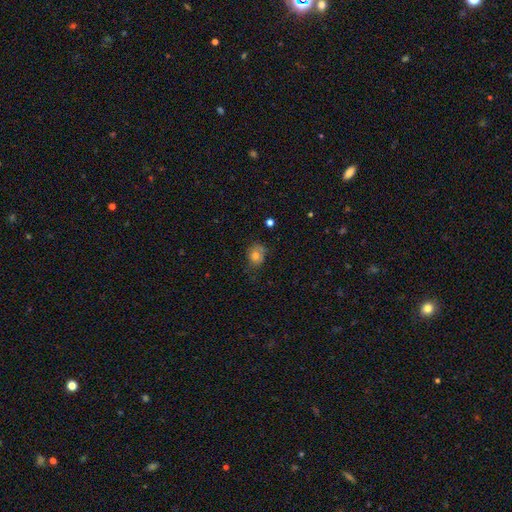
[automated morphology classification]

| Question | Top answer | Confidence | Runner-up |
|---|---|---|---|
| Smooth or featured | smooth | 72% | featured or disk (16%) |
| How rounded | round | 59% | in between (40%) |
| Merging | none | 58% | minor disturbance (29%) |